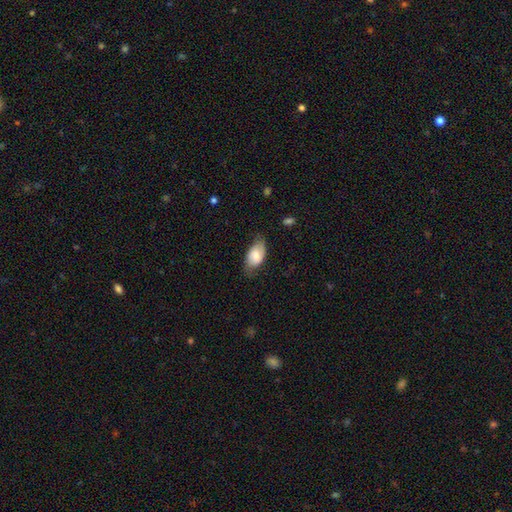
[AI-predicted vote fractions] This appears to be a smooth galaxy with no disk features (69%) that is in between round and cigar-shaped (93%). Merging: none (64%).